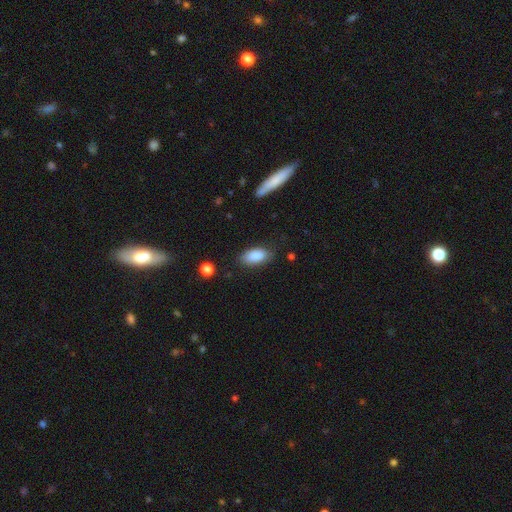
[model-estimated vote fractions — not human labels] Smooth or featured: smooth — 87% (star or artifact — 7%)
How rounded: in between — 91% (cigar-shaped — 6%)
Merging: none — 79% (minor disturbance — 16%)